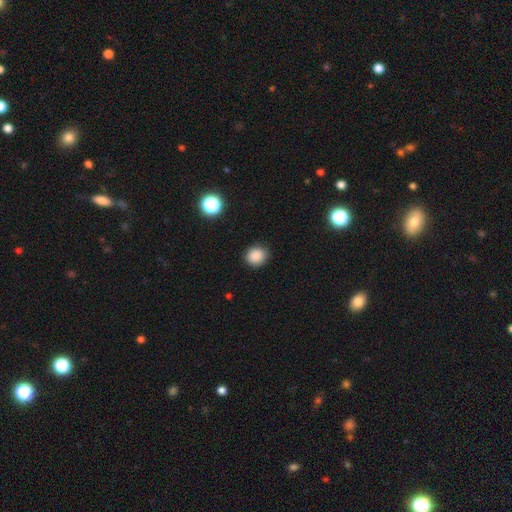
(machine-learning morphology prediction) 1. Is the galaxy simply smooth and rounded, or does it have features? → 86% smooth, 10% star or artifact, 3% featured or disk.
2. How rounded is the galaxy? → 82% round, 17% in between, 1% cigar-shaped.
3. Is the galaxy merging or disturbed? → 87% none, 10% minor disturbance, 2% major disturbance, 1% merger.